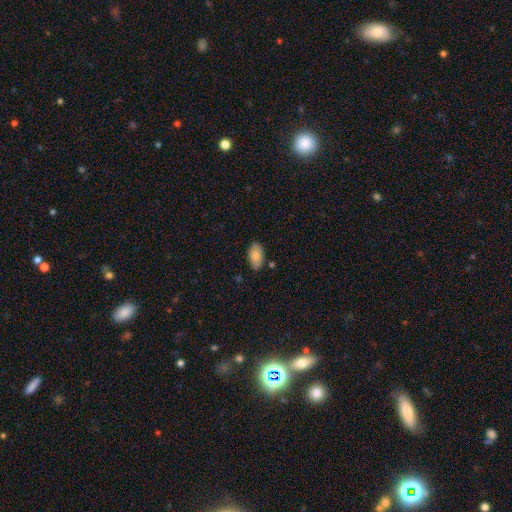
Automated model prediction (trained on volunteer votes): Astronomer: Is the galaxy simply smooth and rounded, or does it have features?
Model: smooth — 82%.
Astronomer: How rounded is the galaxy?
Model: in between — 94%.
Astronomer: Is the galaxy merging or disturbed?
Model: none — 83%.